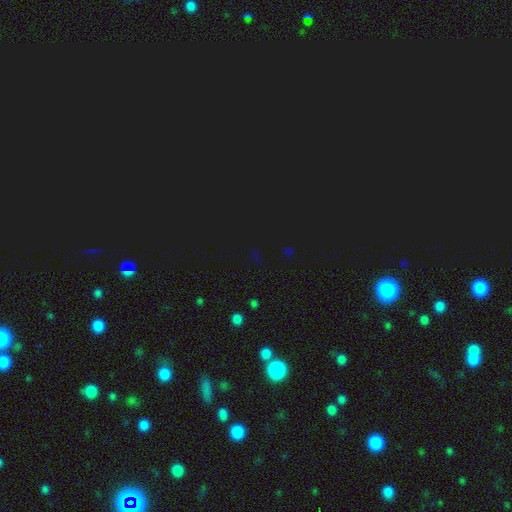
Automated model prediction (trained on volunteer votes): Smooth or featured: star or artifact — 74% (smooth — 20%)